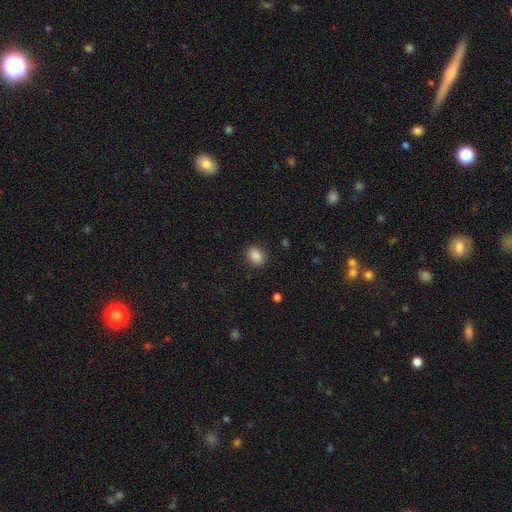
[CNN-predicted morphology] A smooth galaxy with no disk features (88%) that is in between round and cigar-shaped (66%).

Vote fractions:
- Smooth or featured? smooth: 88% / star or artifact: 9% / featured or disk: 4%
- How rounded? in between: 66% / round: 33% / cigar-shaped: 1%
- Merging? none: 85% / minor disturbance: 11% / major disturbance: 3% / merger: 1%